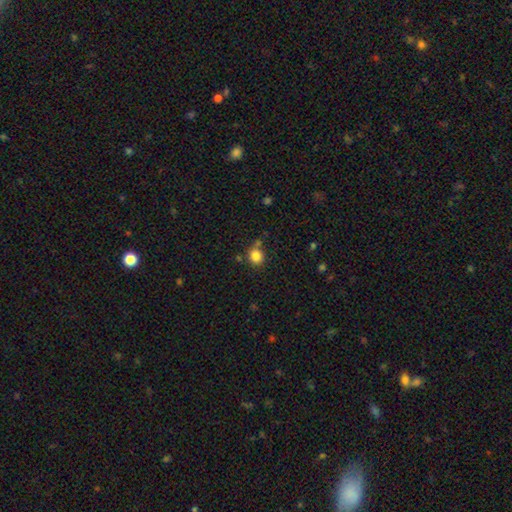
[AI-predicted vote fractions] Smooth or featured? smooth (84%)
How rounded? round (84%)
Merging? none (71%)